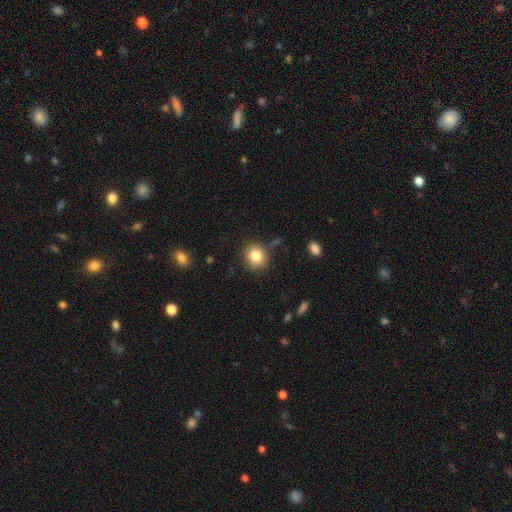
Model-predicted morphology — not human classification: type=smooth (83%); roundness=round (72%); merging=none (81%).